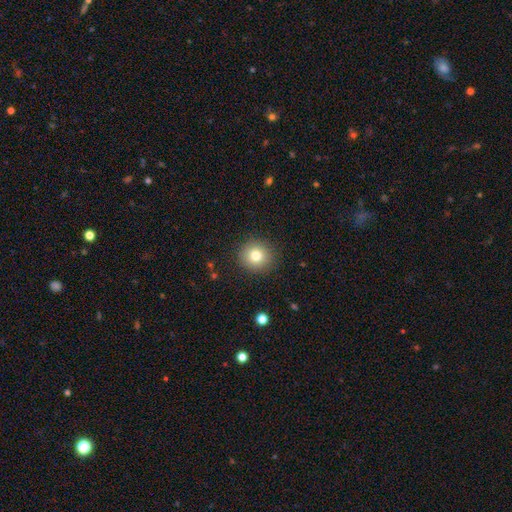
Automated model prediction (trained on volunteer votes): This is likely a smooth galaxy (79%). How rounded: clearly round (91%). Merging: clearly none (90%).